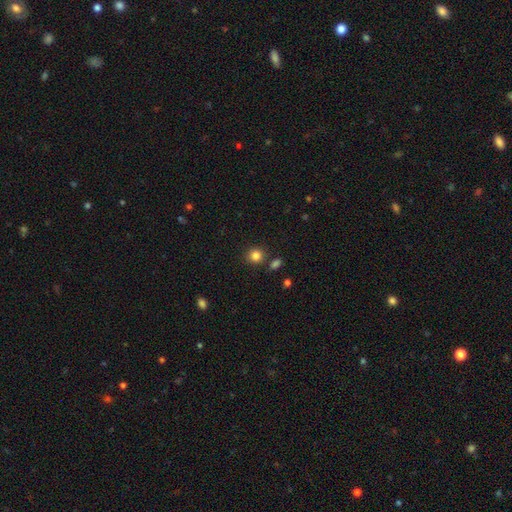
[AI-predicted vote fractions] Smooth or featured?
  - smooth: 84% *
  - star or artifact: 12%
  - featured or disk: 5%
How rounded?
  - round: 88% *
  - in between: 11%
  - cigar-shaped: 1%
Merging?
  - none: 83% *
  - minor disturbance: 8%
  - merger: 6%
  - major disturbance: 3%